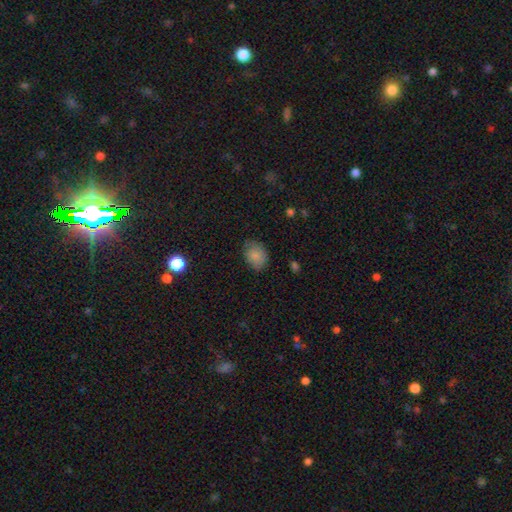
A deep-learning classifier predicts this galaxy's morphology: smooth-or-featured: smooth: 84% | star or artifact: 9% | featured or disk: 7%
  how-rounded: in between: 65% | round: 34% | cigar-shaped: 1%
  merging: none: 68% | minor disturbance: 25% | major disturbance: 5% | merger: 1%